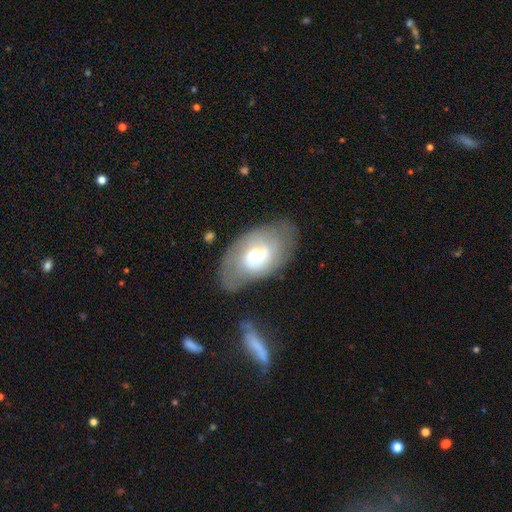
This appears to be a featured or disk galaxy (58%) with no bar (67%), 2 (67%) tight (75%) spiral arms (57%) and a moderate central bulge (62%). Merging: none (58%).